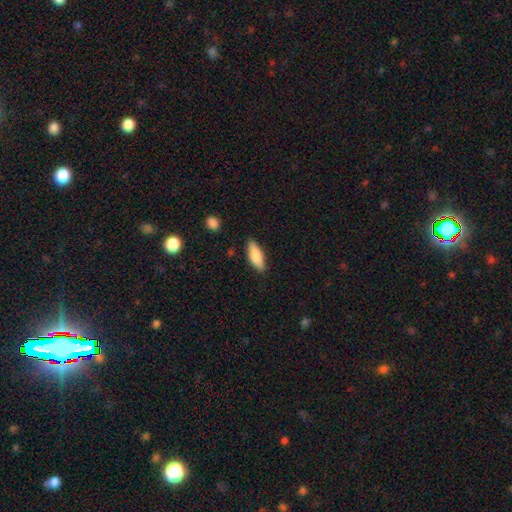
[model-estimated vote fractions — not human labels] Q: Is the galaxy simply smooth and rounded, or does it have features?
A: smooth — 82%.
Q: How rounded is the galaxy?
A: in between — 65%.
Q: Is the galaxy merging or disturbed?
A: none — 85%.